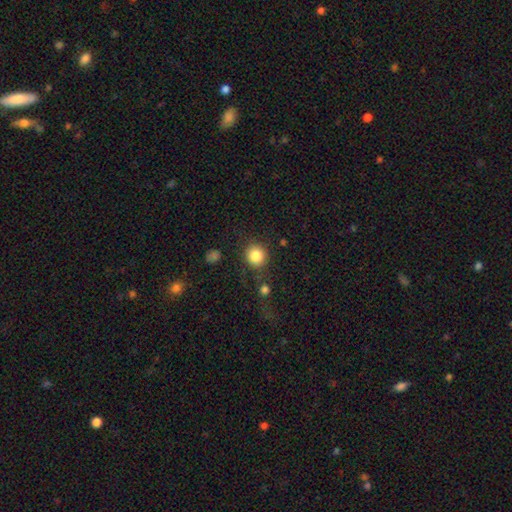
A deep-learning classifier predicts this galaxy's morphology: smooth 85%, star or artifact 9%, featured or disk 5%. Down the decision tree: how rounded — round (89%); merging — none (81%).